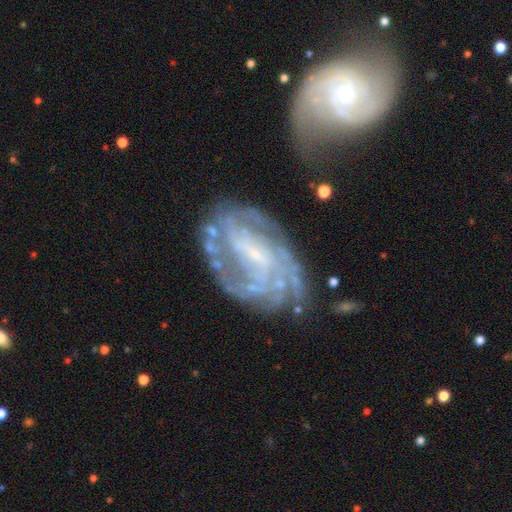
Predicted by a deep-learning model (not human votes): Smooth or featured? featured or disk (85%)
Edge-on disk? no (97%)
Bar? weak (45%)
Spiral arms? yes (93%)
Spiral winding? tight (57%)
Spiral arm count? can't tell (37%)
Bulge size? small (72%)
Merging? none (53%)